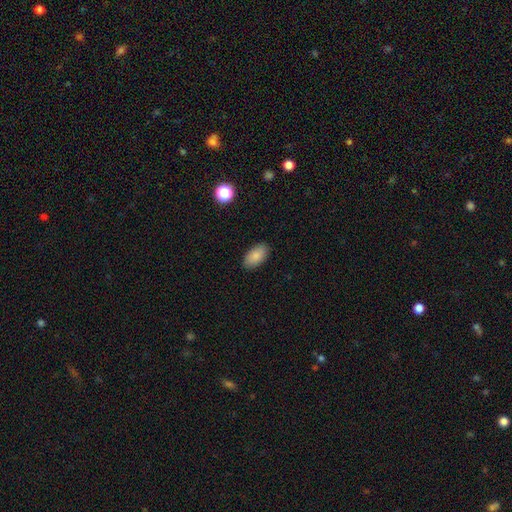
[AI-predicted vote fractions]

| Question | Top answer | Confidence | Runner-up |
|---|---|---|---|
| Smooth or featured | smooth | 85% | star or artifact (8%) |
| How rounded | in between | 94% | round (4%) |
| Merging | none | 88% | minor disturbance (9%) |